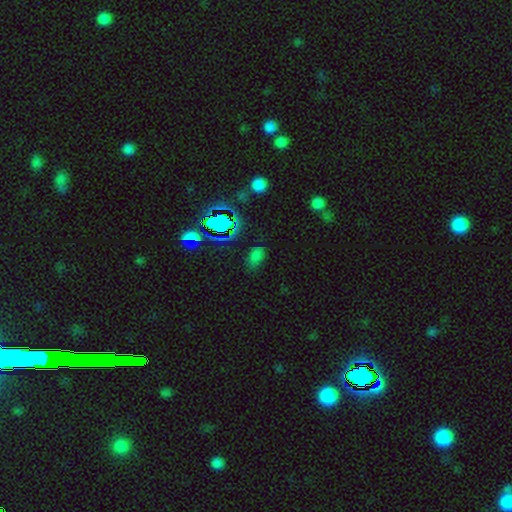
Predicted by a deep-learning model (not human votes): smooth_or_featured: smooth (p=0.63) [alt: star or artifact p=0.29]
how_rounded: in between (p=0.85) [alt: round p=0.13]
merging: none (p=0.74) [alt: minor disturbance p=0.17]